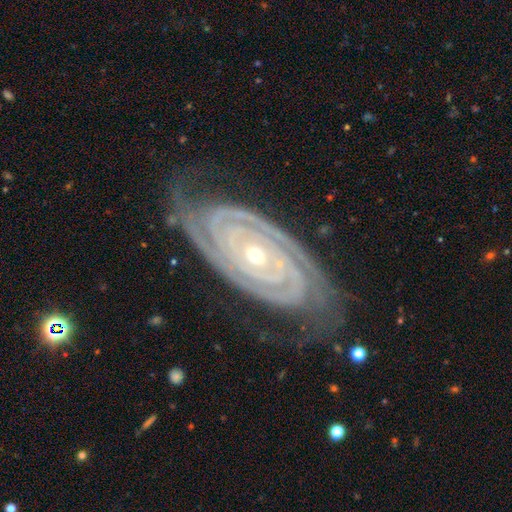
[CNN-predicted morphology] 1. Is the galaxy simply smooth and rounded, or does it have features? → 92% featured or disk, 5% star or artifact, 3% smooth.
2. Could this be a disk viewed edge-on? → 95% no, 5% yes.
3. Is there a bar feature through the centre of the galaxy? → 75% no, 13% weak, 12% strong.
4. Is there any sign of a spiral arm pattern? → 98% yes, 2% no.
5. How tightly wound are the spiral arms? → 87% tight, 11% medium, 2% loose.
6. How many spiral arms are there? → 63% 2, 13% 3, 8% can't tell, 6% 4, 5% more than 4, 4% 1.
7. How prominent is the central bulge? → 69% small, 28% moderate, 1% large, 1% dominant, 1% none.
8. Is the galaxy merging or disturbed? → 73% none, 18% minor disturbance, 8% major disturbance, 2% merger.